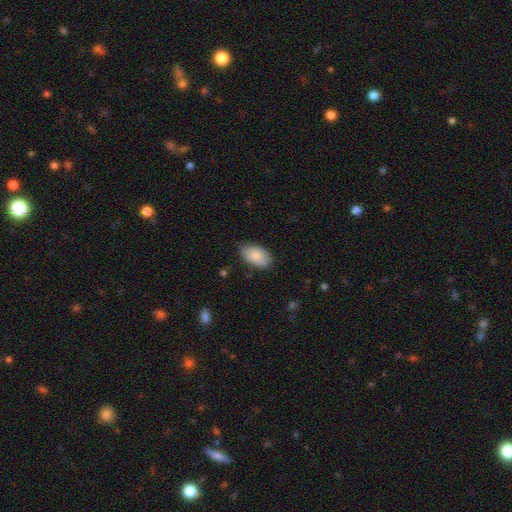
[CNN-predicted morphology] Smooth or featured?
  - smooth: 86% *
  - featured or disk: 8%
  - star or artifact: 6%
How rounded?
  - in between: 93% *
  - round: 5%
  - cigar-shaped: 1%
Merging?
  - none: 81% *
  - minor disturbance: 15%
  - major disturbance: 3%
  - merger: 1%